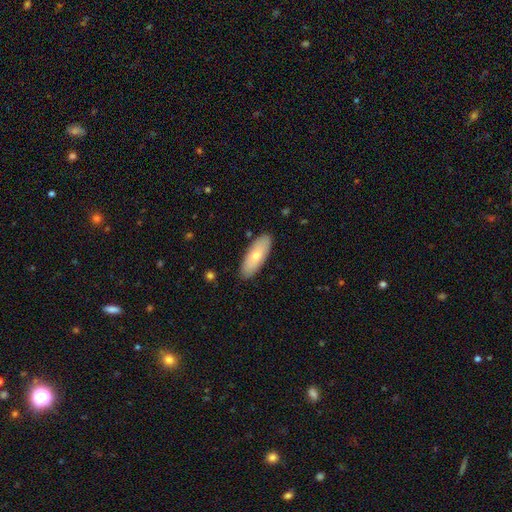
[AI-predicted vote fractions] This appears to be a smooth galaxy with no disk features (69%) that is in between round and cigar-shaped (73%). Merging: none (87%).